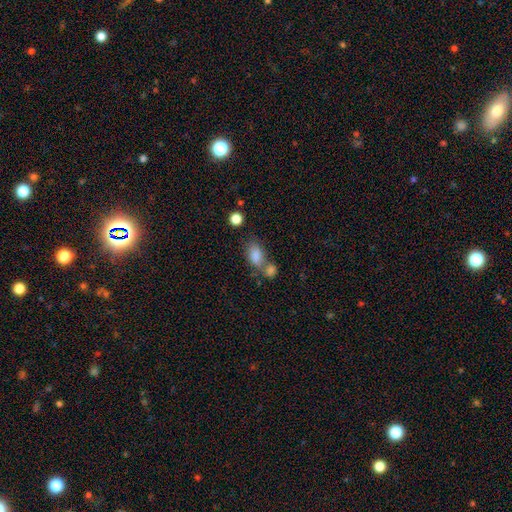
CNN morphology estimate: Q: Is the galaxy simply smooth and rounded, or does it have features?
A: smooth — 81%.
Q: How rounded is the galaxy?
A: in between — 87%.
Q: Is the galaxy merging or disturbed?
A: merger — 41%.